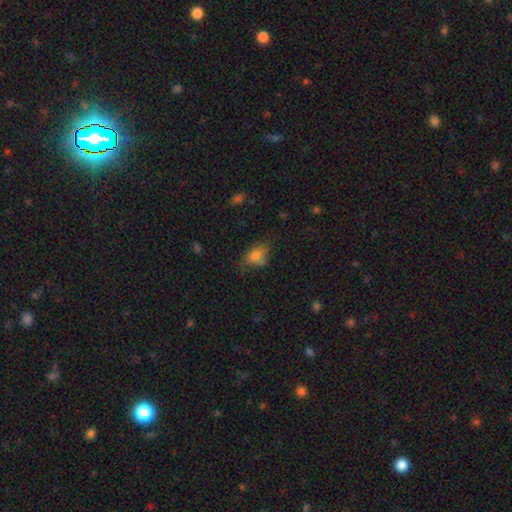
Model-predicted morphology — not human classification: Smooth or featured: smooth — 76% (featured or disk — 12%)
How rounded: in between — 73% (round — 25%)
Merging: none — 52% (minor disturbance — 31%)